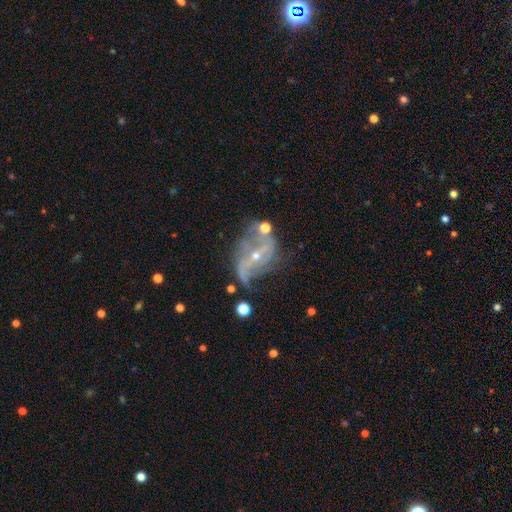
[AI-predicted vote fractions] Smooth or featured: featured or disk — 83% (star or artifact — 9%)
Edge-on disk: no — 95% (yes — 5%)
Bar: strong — 36% (weak — 32%)
Spiral arms: yes — 89% (no — 11%)
Spiral winding: loose — 60% (medium — 29%)
Spiral arm count: 2 — 72% (can't tell — 12%)
Bulge size: small — 69% (moderate — 28%)
Merging: none — 44% (minor disturbance — 23%)